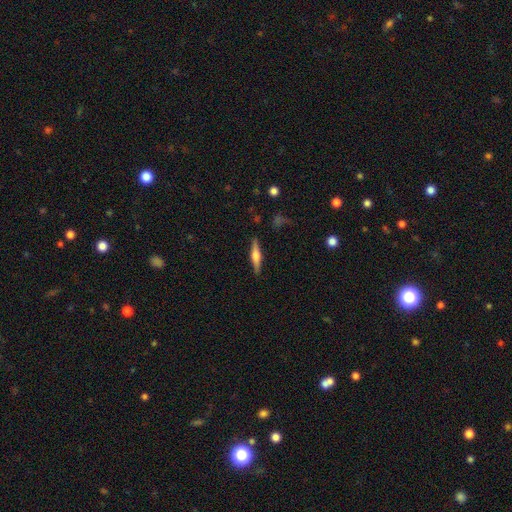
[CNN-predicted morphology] The model was most divided on "smooth or featured": featured or disk: 59%, smooth: 34%, star or artifact: 6%. More confident: edge-on disk — yes (97%); merging — none (88%); edge-on bulge — rounded (83%).